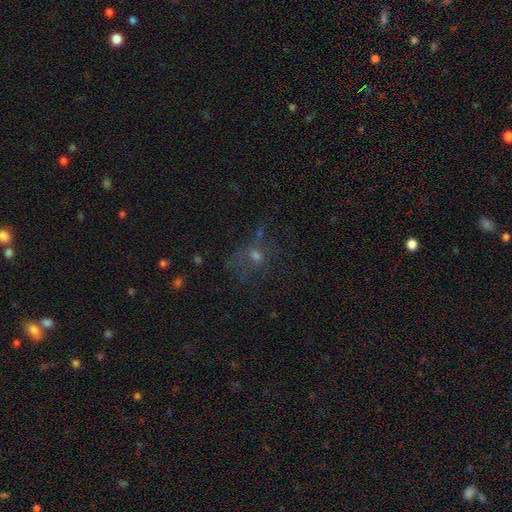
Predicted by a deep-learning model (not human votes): Smooth or featured? star or artifact (35%, tied with smooth)